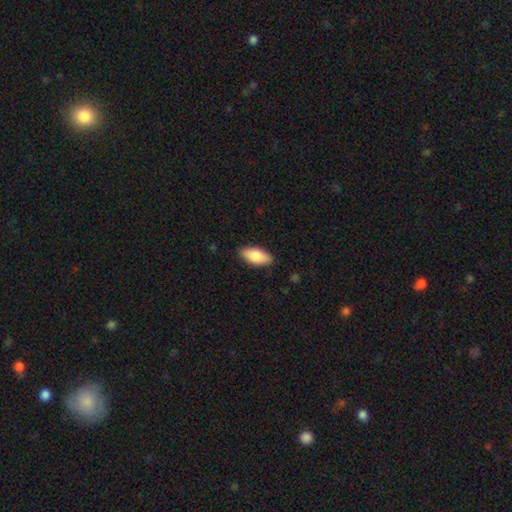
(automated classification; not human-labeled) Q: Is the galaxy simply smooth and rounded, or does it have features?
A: smooth — 83%.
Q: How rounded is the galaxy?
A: in between — 90%.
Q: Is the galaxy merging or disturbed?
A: none — 87%.